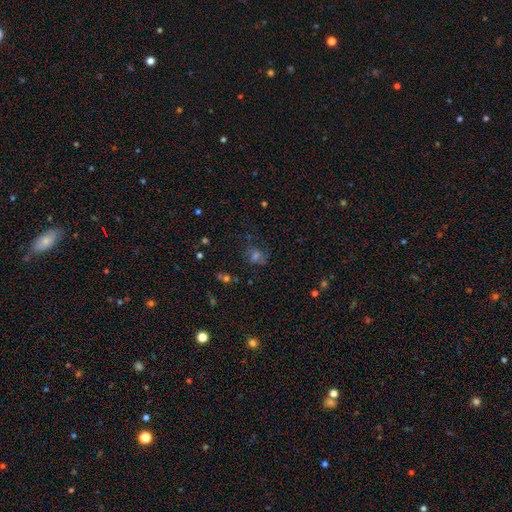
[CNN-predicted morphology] Smooth or featured? smooth (38%)
Merging? none (62%)